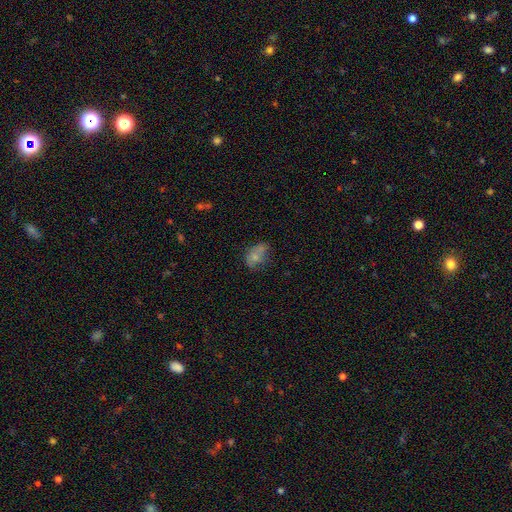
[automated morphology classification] smooth 69%, featured or disk 20%, star or artifact 11%. Down the decision tree: how rounded — in between (75%); merging — none (43%).